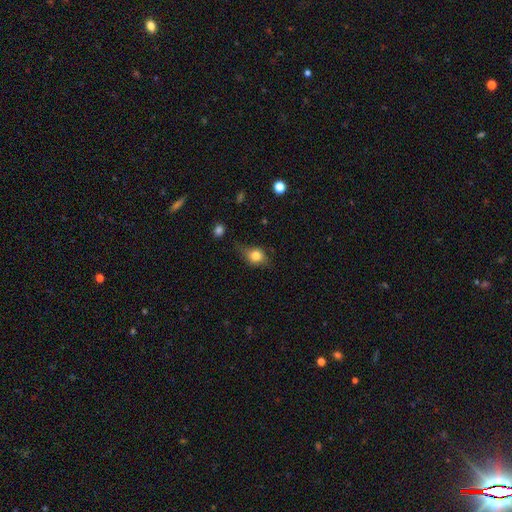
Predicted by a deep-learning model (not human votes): Q: Smooth or featured?
A: smooth (76%); runner-up: featured or disk (14%)
Q: How rounded?
A: round (57%); runner-up: in between (40%)
Q: Merging?
A: none (56%); runner-up: minor disturbance (31%)